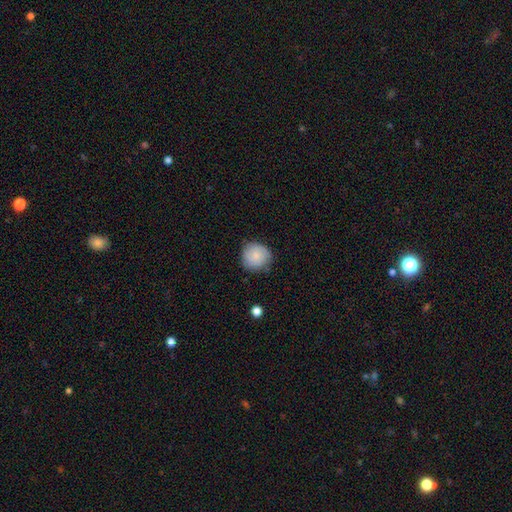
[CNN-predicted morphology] smooth 81%, featured or disk 12%, star or artifact 7%. Down the decision tree: how rounded — round (88%); merging — none (76%).